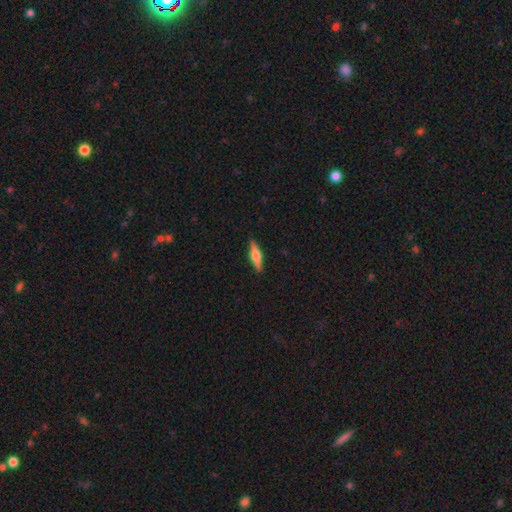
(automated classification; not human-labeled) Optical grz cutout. It shows a featured or disk galaxy (54%) viewed edge-on (96%) with a rounded central bulge (90%). Merging: none (90%).